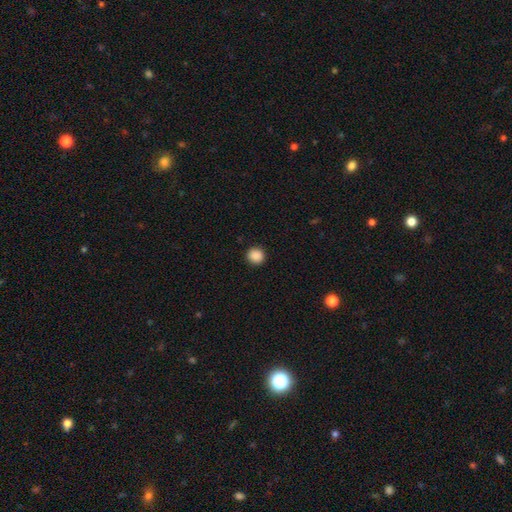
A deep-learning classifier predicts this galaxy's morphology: smooth 89%, star or artifact 9%, featured or disk 2%. Down the decision tree: how rounded — round (91%); merging — none (93%).